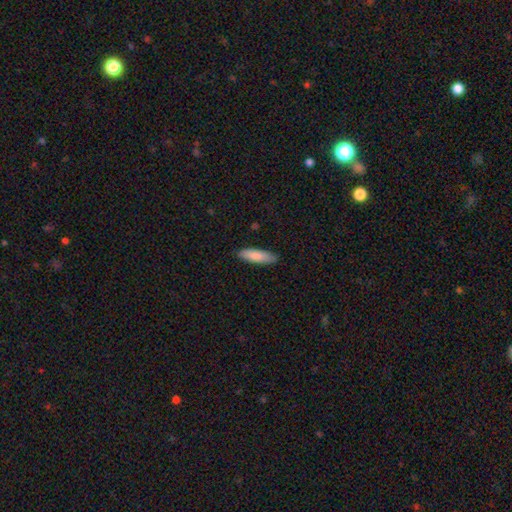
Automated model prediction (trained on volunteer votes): Smooth or featured?
  - smooth: 85% *
  - featured or disk: 10%
  - star or artifact: 5%
How rounded?
  - cigar-shaped: 57% *
  - in between: 42%
  - round: 1%
Merging?
  - none: 88% *
  - minor disturbance: 10%
  - major disturbance: 2%
  - merger: 1%